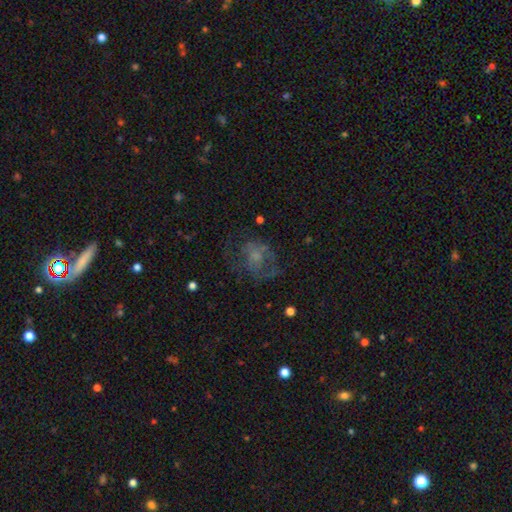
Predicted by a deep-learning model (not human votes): Overall: featured or disk (49%; smooth 37%). Merging: none (45%; major disturbance 33%).